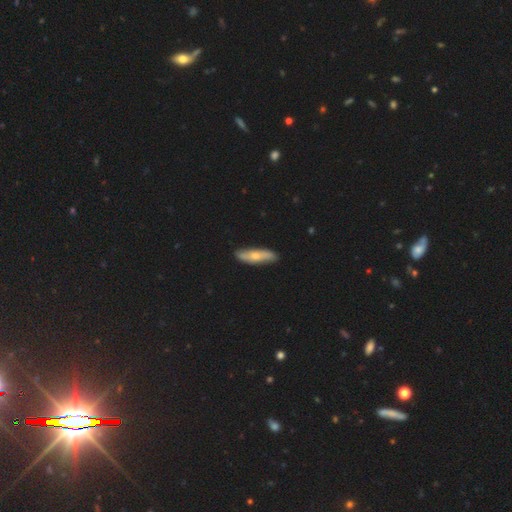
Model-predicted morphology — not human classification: A smooth galaxy with no disk features (54%) that is cigar-shaped (61%). Merging: none (85%).